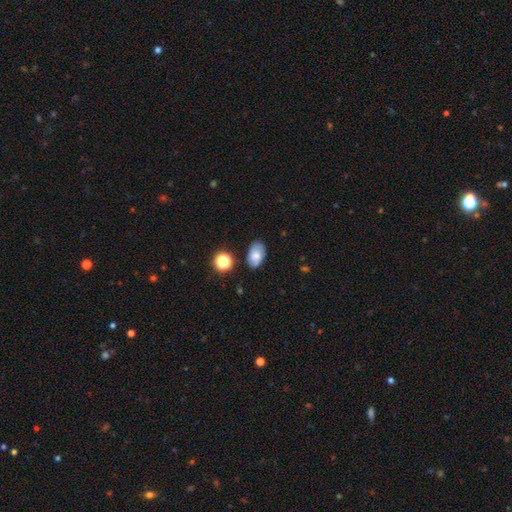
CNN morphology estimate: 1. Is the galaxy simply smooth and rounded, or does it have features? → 68% smooth, 21% featured or disk, 10% star or artifact.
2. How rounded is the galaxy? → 90% in between, 8% round, 2% cigar-shaped.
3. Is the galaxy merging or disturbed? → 75% none, 18% minor disturbance, 4% major disturbance, 3% merger.